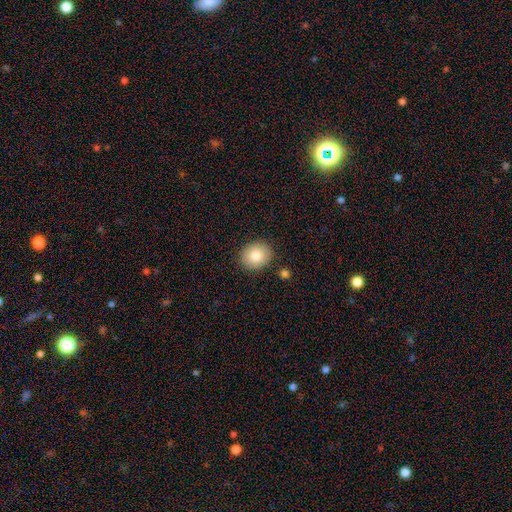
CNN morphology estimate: type=smooth (83%); roundness=round (74%); merging=none (87%).